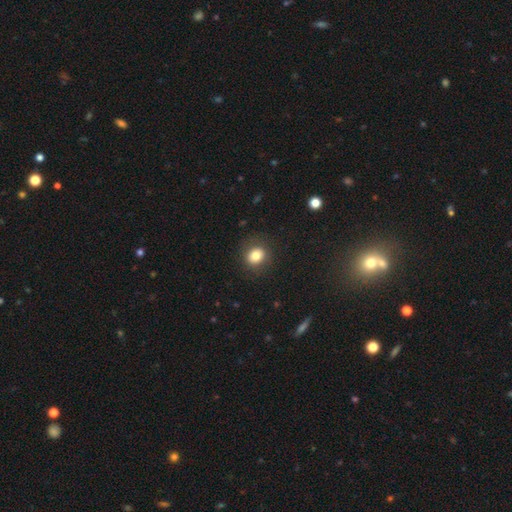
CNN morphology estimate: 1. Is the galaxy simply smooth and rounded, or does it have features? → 80% smooth, 11% star or artifact, 9% featured or disk.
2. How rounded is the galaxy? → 69% round, 30% in between, 1% cigar-shaped.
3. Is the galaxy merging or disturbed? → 85% none, 10% minor disturbance, 4% major disturbance, 1% merger.